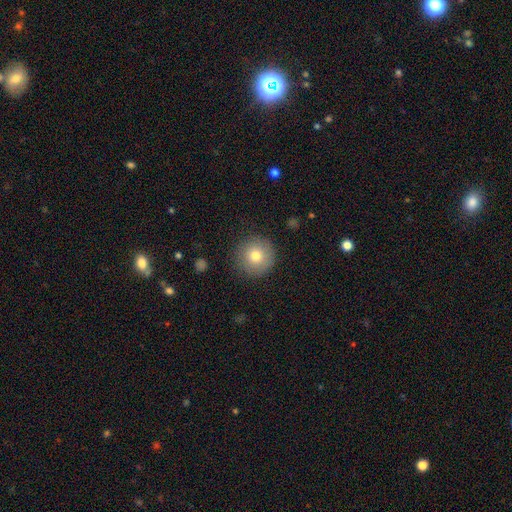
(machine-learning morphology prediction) Smooth or featured? smooth (76%)
How rounded? round (96%)
Merging? none (87%)